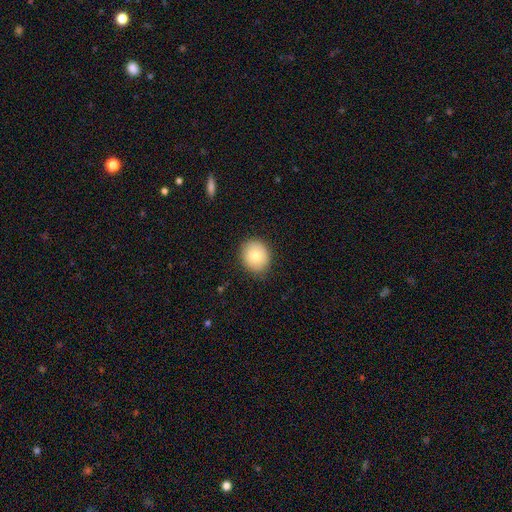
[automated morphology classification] The model was most divided on "how rounded": round: 73%, in between: 26%, cigar-shaped: 1%. More confident: merging — none (87%); smooth or featured — smooth (78%).